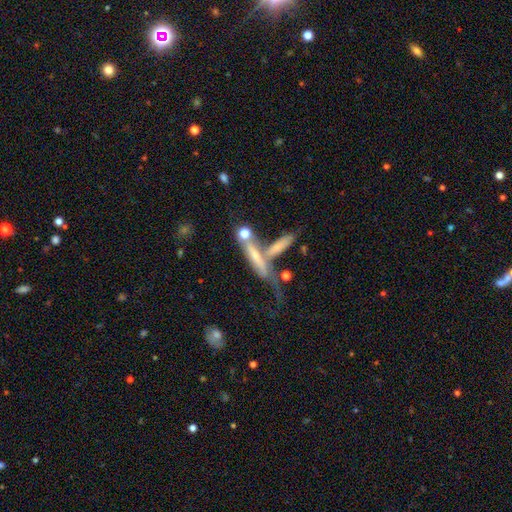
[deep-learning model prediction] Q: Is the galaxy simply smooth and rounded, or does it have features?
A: featured or disk — 55%.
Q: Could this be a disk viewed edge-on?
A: yes — 71%.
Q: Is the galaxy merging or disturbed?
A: merger — 37%.